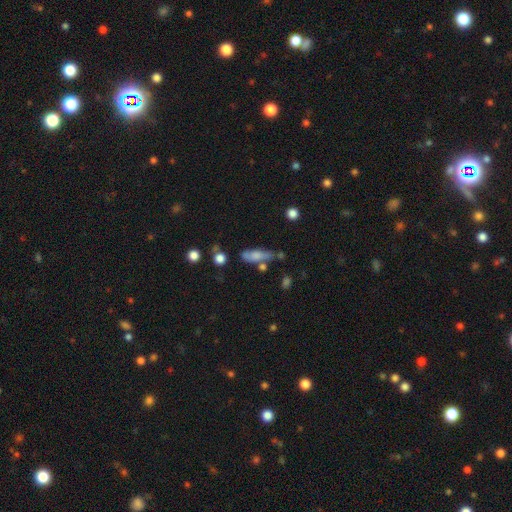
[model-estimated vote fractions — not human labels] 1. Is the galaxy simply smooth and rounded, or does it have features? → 70% smooth, 22% featured or disk, 9% star or artifact.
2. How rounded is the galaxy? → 49% in between, 47% cigar-shaped, 4% round.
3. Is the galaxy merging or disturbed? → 50% none, 25% minor disturbance, 15% merger, 10% major disturbance.